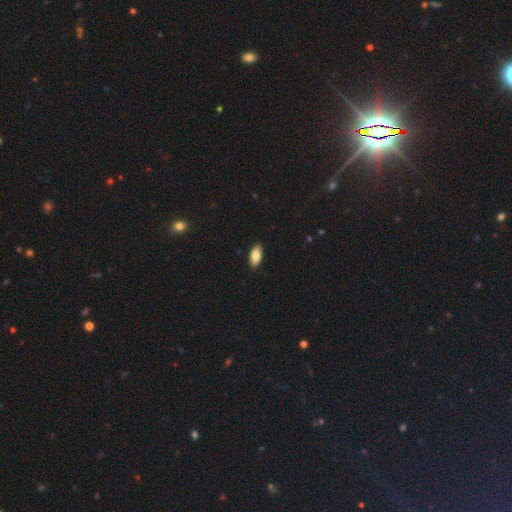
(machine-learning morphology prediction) smooth_or_featured: smooth (p=0.85) [alt: featured or disk p=0.08]
how_rounded: in between (p=0.92) [alt: cigar-shaped p=0.05]
merging: none (p=0.89) [alt: minor disturbance p=0.08]